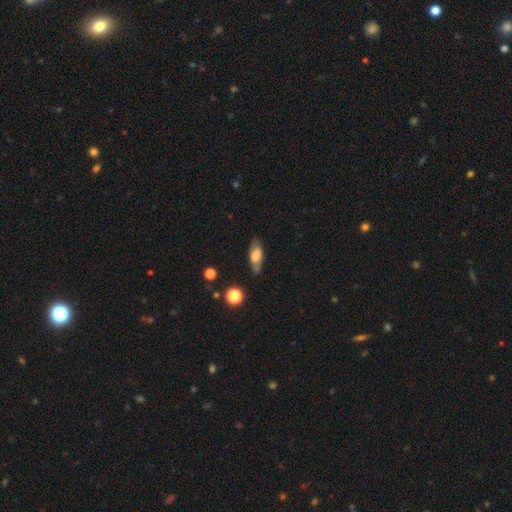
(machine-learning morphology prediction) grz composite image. It shows a smooth galaxy with no disk features (65%) that is in between round and cigar-shaped (75%). Merging: none (78%).